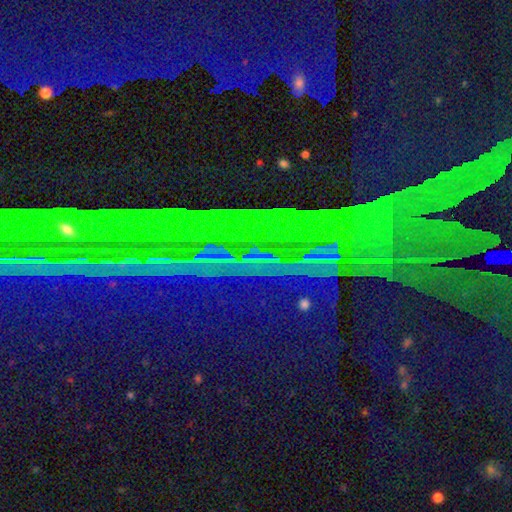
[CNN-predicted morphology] Overall: star or artifact (86%).